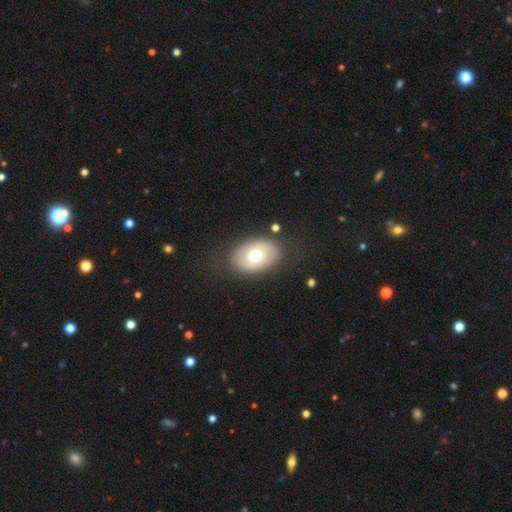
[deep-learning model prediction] smooth 62%, featured or disk 31%, star or artifact 7%. Down the decision tree: how rounded — in between (82%); merging — none (82%).